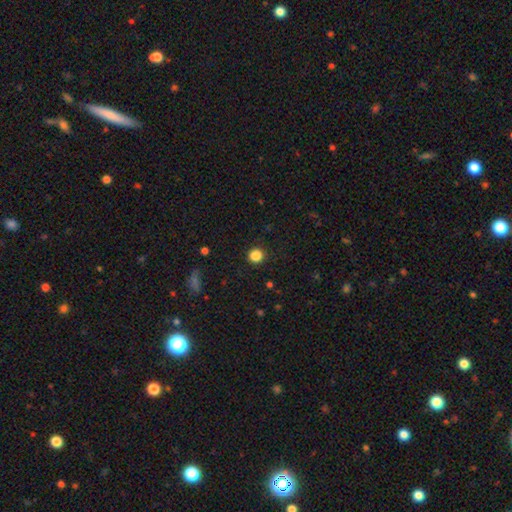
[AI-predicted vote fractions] Smooth or featured? smooth (86%)
How rounded? round (93%)
Merging? none (91%)